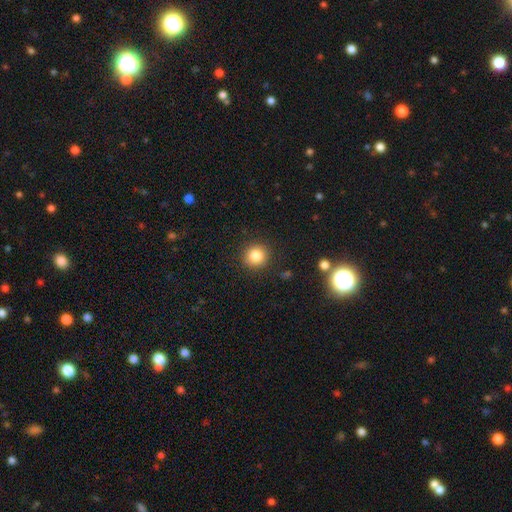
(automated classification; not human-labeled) Smooth or featured: smooth — 84% (star or artifact — 11%)
How rounded: round — 90% (in between — 9%)
Merging: none — 89% (minor disturbance — 7%)